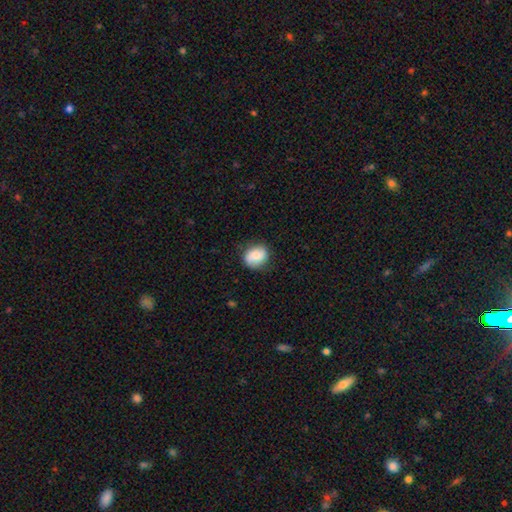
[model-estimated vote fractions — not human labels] This is likely a smooth galaxy (70%). How rounded: possibly round (59%). Merging: clearly none (80%).